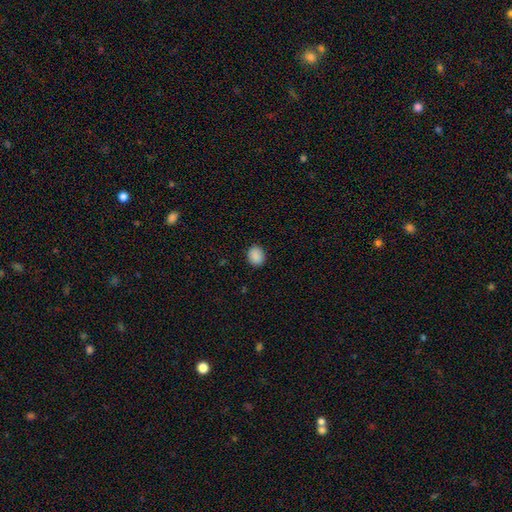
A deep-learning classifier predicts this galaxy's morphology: A smooth galaxy with no disk features (89%) that is round (62%). Merging: none (89%).